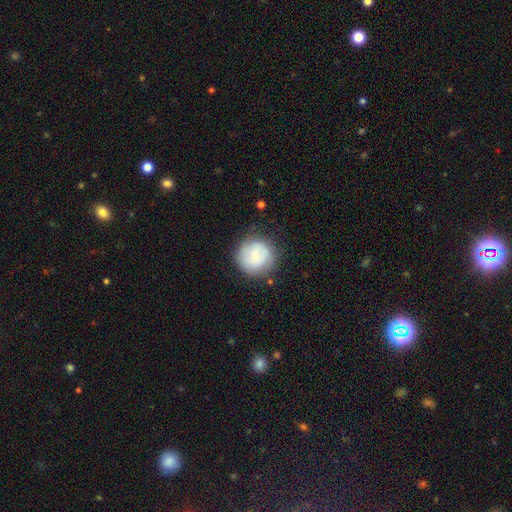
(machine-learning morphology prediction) The model was most divided on "smooth or featured": smooth: 61%, featured or disk: 32%, star or artifact: 7%. More confident: how rounded — round (94%); merging — none (79%).